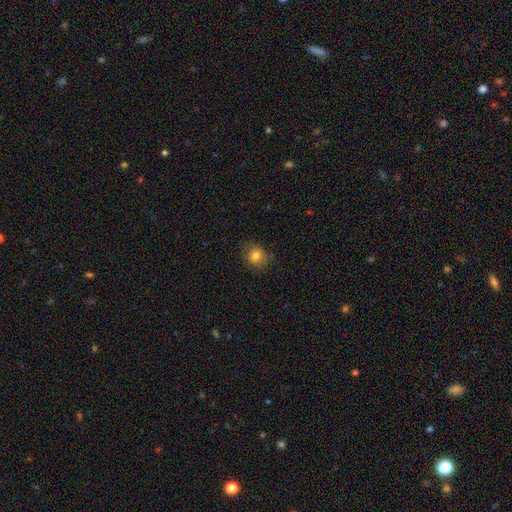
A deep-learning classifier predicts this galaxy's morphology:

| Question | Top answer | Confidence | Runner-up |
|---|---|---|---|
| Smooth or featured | smooth | 80% | star or artifact (12%) |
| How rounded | round | 73% | in between (26%) |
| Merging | none | 83% | minor disturbance (13%) |